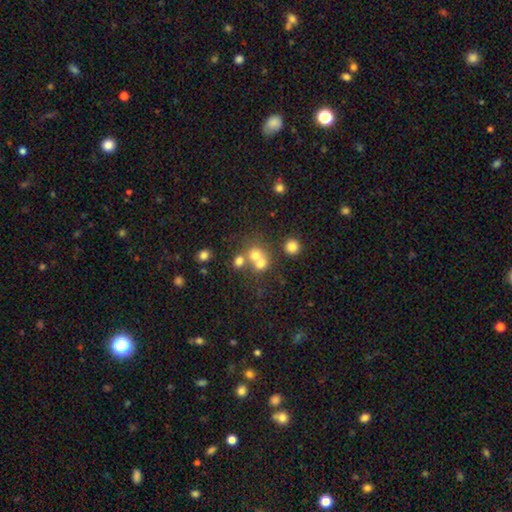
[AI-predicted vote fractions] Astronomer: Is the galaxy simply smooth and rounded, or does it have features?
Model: smooth — 66%.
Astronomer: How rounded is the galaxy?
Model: round — 80%.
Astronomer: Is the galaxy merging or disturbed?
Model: merger — 51% (runner-up: none, 39%).